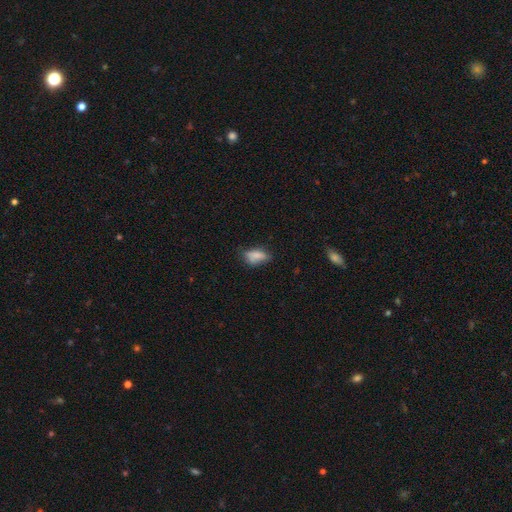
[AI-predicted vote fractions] This is likely a smooth galaxy (75%). How rounded: clearly in between (83%). Merging: possibly none (50%).